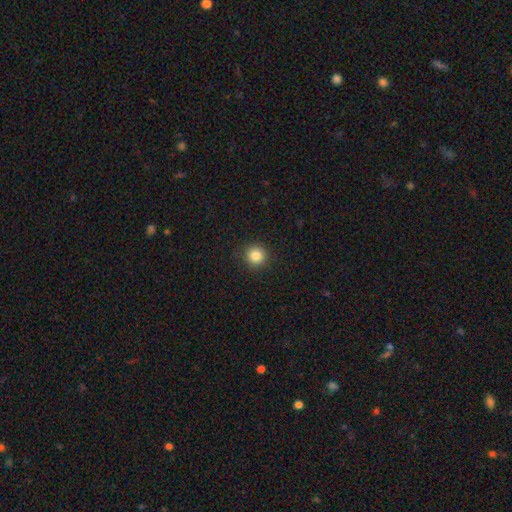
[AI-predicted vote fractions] Overall: smooth (84%). How rounded: round (94%). Merging: none (91%).